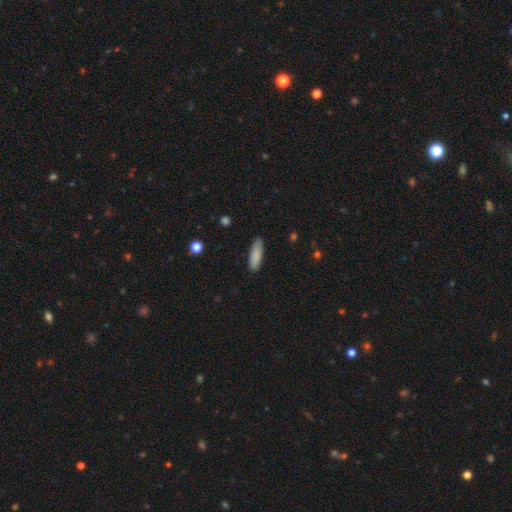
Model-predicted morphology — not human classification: smooth_or_featured: smooth (p=0.86) [alt: featured or disk p=0.08]
how_rounded: cigar-shaped (p=0.57) [alt: in between p=0.41]
merging: none (p=0.87) [alt: minor disturbance p=0.10]